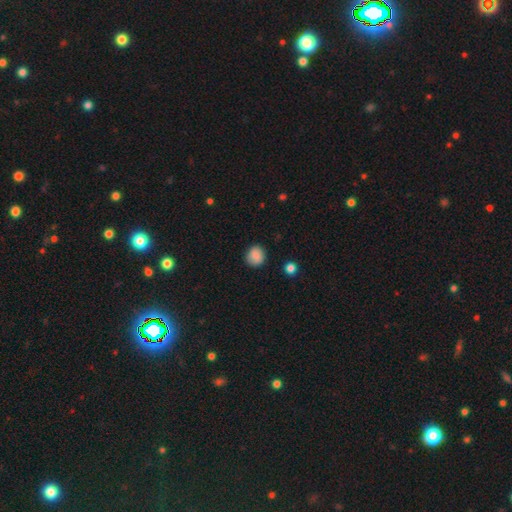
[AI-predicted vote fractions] smooth 82%, featured or disk 9%, star or artifact 8%. Down the decision tree: how rounded — round (86%); merging — none (87%).